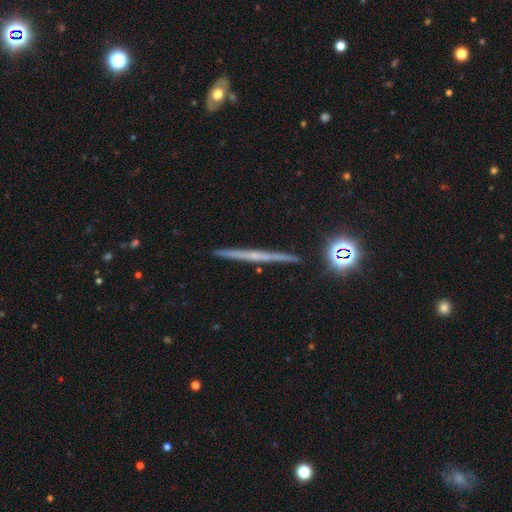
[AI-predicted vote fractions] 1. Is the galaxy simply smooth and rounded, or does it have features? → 64% featured or disk, 24% smooth, 12% star or artifact.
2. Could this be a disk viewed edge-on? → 98% yes, 2% no.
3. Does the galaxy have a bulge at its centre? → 64% none, 31% rounded, 5% boxy.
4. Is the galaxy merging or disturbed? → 92% none, 5% minor disturbance, 1% merger, 1% major disturbance.